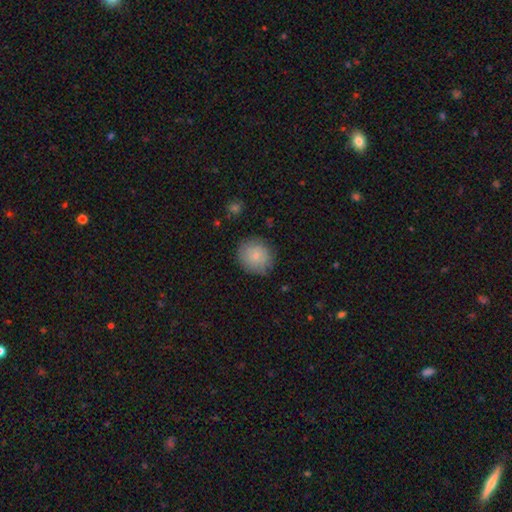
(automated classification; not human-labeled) Q: Smooth or featured?
A: smooth (77%); runner-up: featured or disk (16%)
Q: How rounded?
A: round (87%); runner-up: in between (12%)
Q: Merging?
A: none (80%); runner-up: minor disturbance (15%)